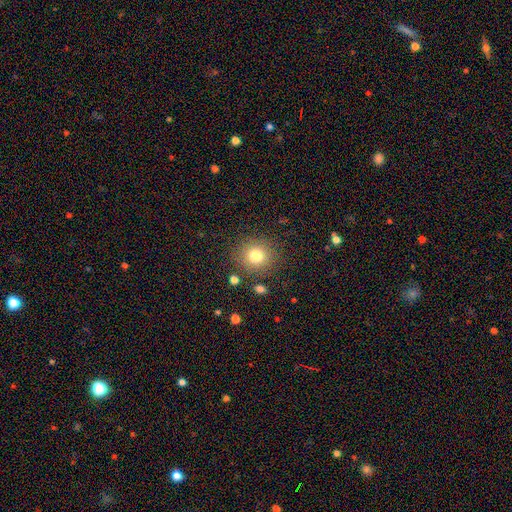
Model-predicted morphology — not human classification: smooth_or_featured: smooth (p=0.79) [alt: star or artifact p=0.13]
how_rounded: round (p=0.88) [alt: in between p=0.12]
merging: none (p=0.85) [alt: minor disturbance p=0.08]